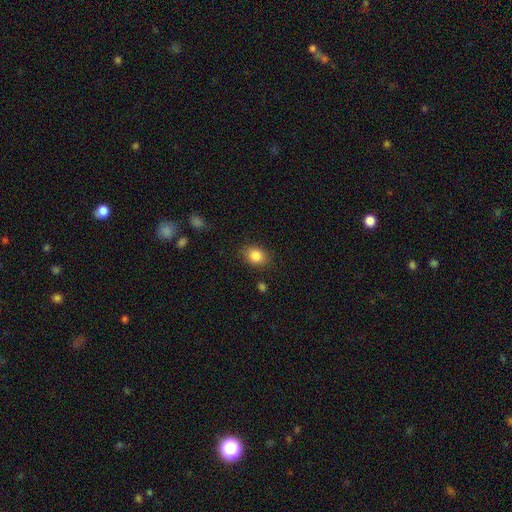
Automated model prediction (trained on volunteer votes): smooth 85%, star or artifact 9%, featured or disk 6%. Down the decision tree: how rounded — in between (60%); merging — none (84%).